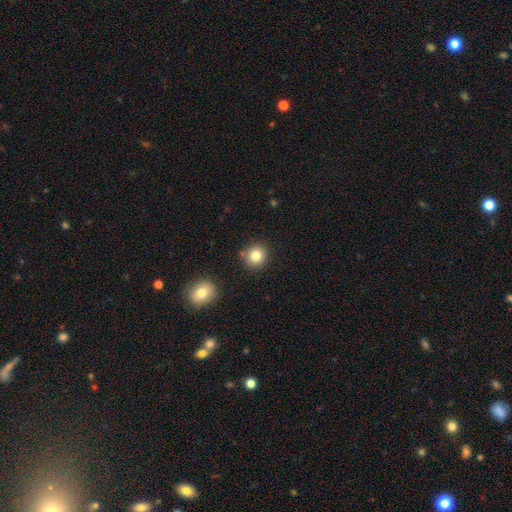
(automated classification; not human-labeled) The model was most divided on "smooth or featured": smooth: 82%, star or artifact: 11%, featured or disk: 7%. More confident: how rounded — round (87%); merging — none (85%).